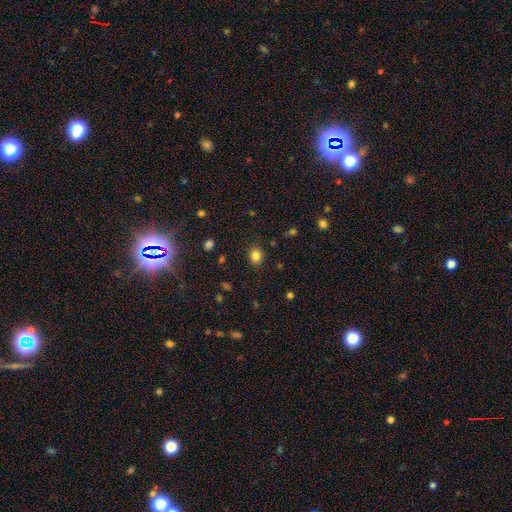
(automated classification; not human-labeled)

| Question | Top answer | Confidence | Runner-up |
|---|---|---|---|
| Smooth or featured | smooth | 83% | star or artifact (12%) |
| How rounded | round | 61% | in between (38%) |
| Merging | none | 87% | minor disturbance (9%) |